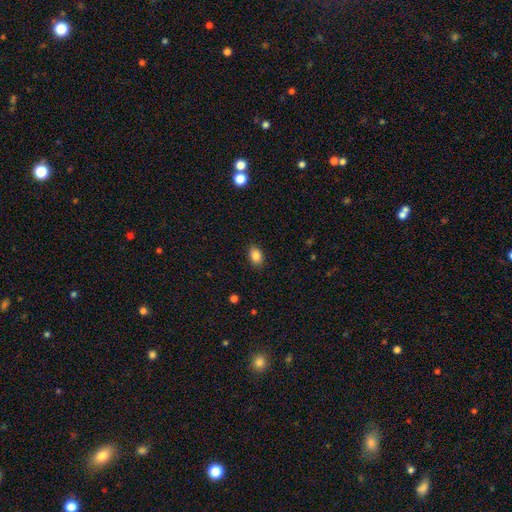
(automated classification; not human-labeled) Morphology: type=smooth (86%); roundness=in between (80%); merging=none (88%).